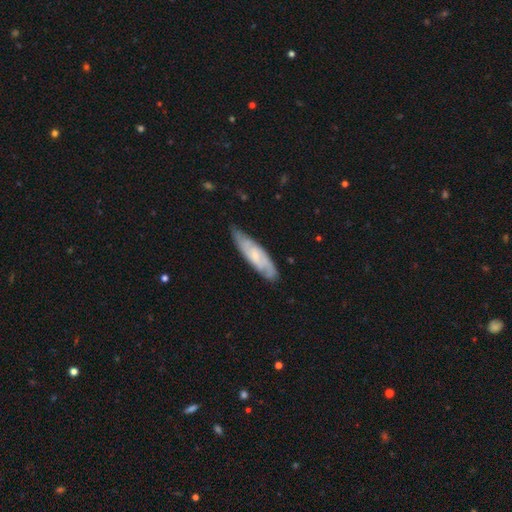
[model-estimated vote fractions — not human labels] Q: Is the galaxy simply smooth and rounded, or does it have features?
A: featured or disk — 63%.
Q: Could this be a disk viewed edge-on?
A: no — 74%.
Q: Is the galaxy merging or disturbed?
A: none — 73%.